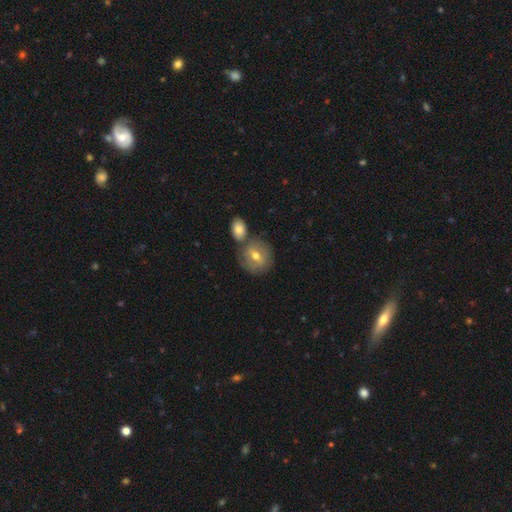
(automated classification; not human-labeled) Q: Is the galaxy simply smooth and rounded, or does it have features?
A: smooth — 58%.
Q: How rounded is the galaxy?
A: round — 76%.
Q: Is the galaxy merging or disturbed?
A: none — 57%.